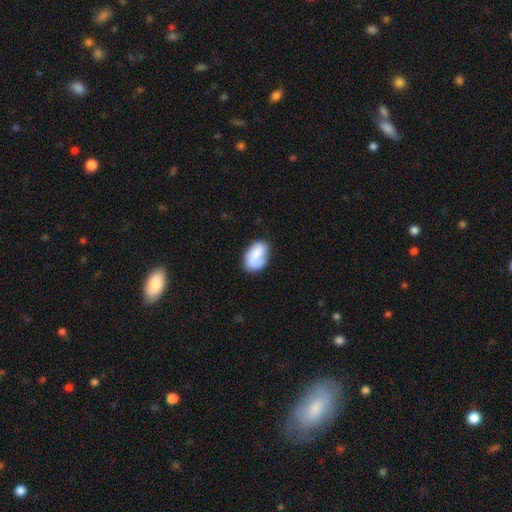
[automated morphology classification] smooth 67%, featured or disk 26%, star or artifact 7%. Down the decision tree: how rounded — in between (89%); merging — none (61%).